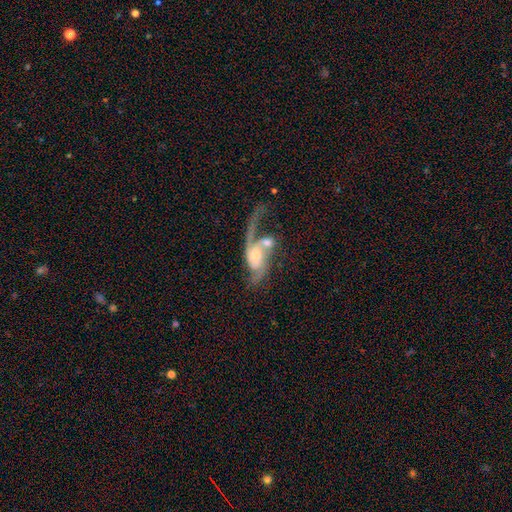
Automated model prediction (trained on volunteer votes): smooth_or_featured: featured or disk (p=0.78) [alt: smooth p=0.15]
disk_edge_on: no (p=0.95) [alt: yes p=0.05]
bar: no (p=0.58) [alt: weak p=0.32]
has_spiral_arms: yes (p=0.90) [alt: no p=0.10]
spiral_winding: loose (p=0.69) [alt: medium p=0.24]
spiral_arm_count: 2 (p=0.68) [alt: 1 p=0.19]
bulge_size: small (p=0.40) [alt: moderate p=0.36]
merging: merger (p=0.51) [alt: major disturbance p=0.23]